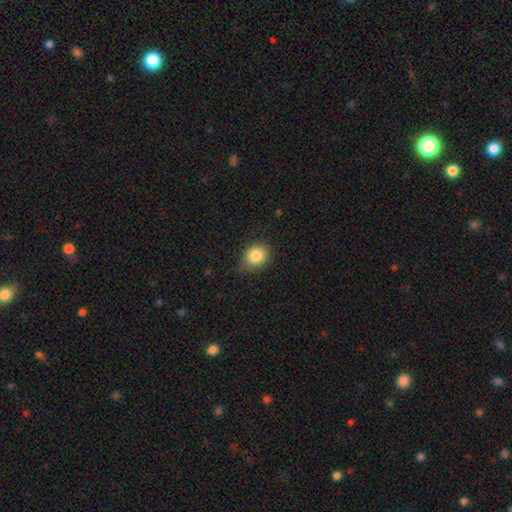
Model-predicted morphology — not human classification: This is clearly a smooth galaxy (84%). How rounded: likely round (62%). Merging: likely none (69%).